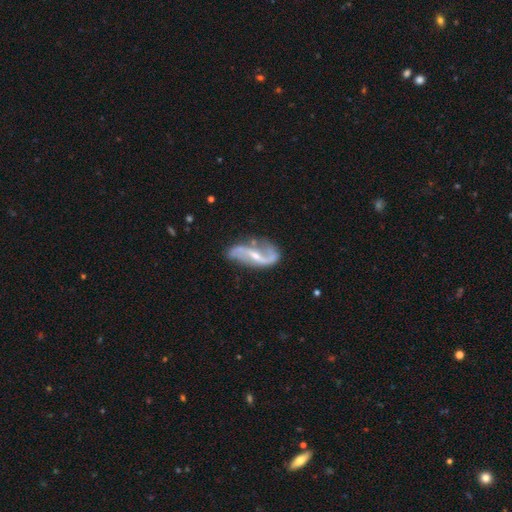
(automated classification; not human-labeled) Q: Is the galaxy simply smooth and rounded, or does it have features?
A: featured or disk — 88%.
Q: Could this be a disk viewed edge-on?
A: no — 95%.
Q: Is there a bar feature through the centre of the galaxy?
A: weak — 41%.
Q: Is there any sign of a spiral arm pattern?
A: yes — 94%.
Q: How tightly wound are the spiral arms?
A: loose — 79%.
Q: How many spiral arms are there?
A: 2 — 91%.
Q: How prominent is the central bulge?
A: small — 61%.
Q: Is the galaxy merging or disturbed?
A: none — 63%.